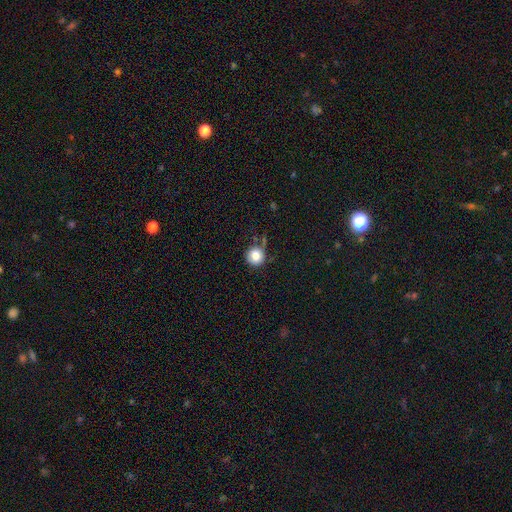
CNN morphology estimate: A smooth galaxy with no disk features (82%) that is round (92%). Merging: none (69%).